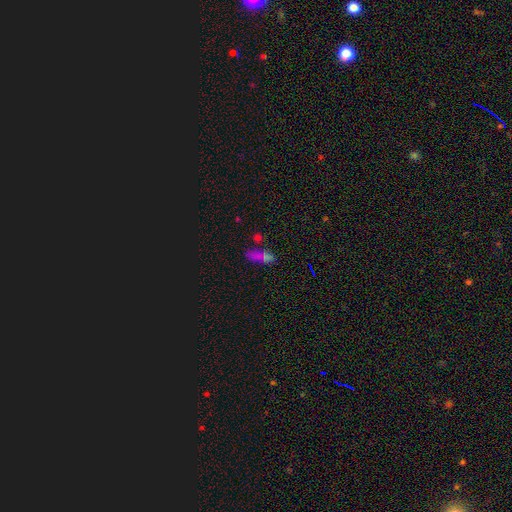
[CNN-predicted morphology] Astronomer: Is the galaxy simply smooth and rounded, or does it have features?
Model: smooth — 54% (runner-up: star or artifact, 33%).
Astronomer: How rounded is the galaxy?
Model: in between — 59%.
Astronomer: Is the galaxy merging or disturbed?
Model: none — 54%.